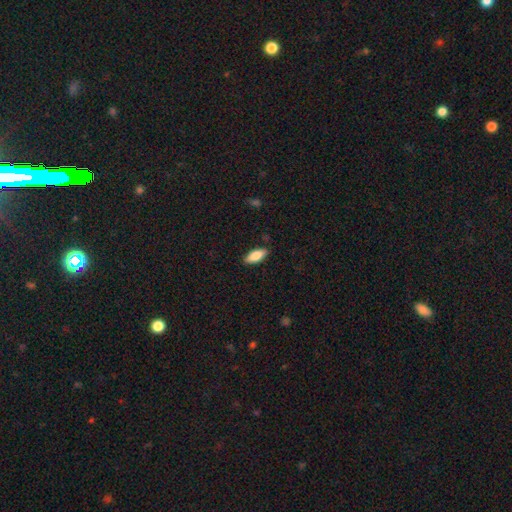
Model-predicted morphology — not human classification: This appears to be a smooth galaxy with no disk features (83%) that is in between round and cigar-shaped (82%). Merging: none (87%).